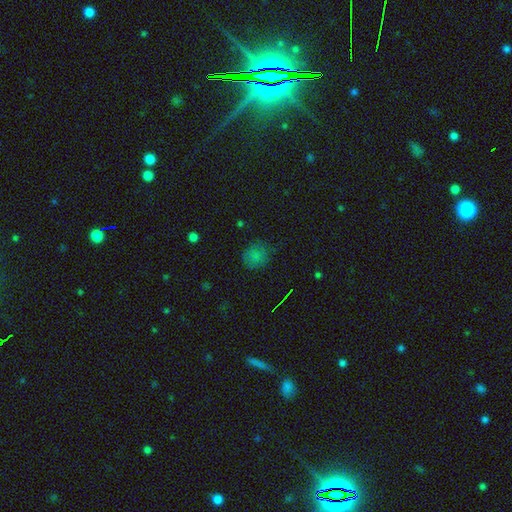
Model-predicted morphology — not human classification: A smooth galaxy with no disk features (74%) that is round (80%).

Vote fractions:
- Smooth or featured? smooth: 74% / star or artifact: 19% / featured or disk: 7%
- How rounded? round: 80% / in between: 19% / cigar-shaped: 1%
- Merging? none: 71% / minor disturbance: 22% / major disturbance: 6% / merger: 2%